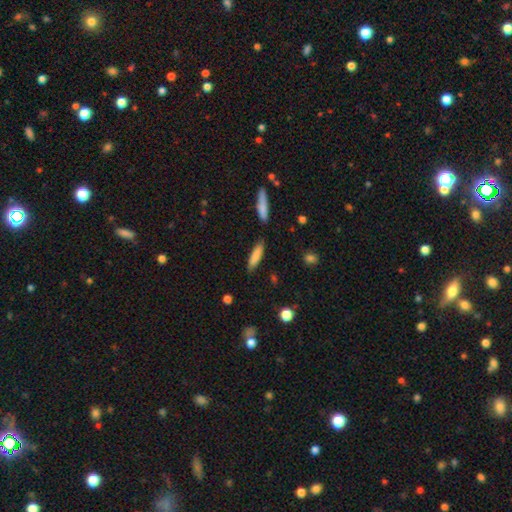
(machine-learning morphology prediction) smooth-or-featured: smooth: 83% | featured or disk: 10% | star or artifact: 6%
  how-rounded: cigar-shaped: 76% | in between: 23% | round: 1%
  merging: none: 82% | minor disturbance: 11% | merger: 5% | major disturbance: 2%